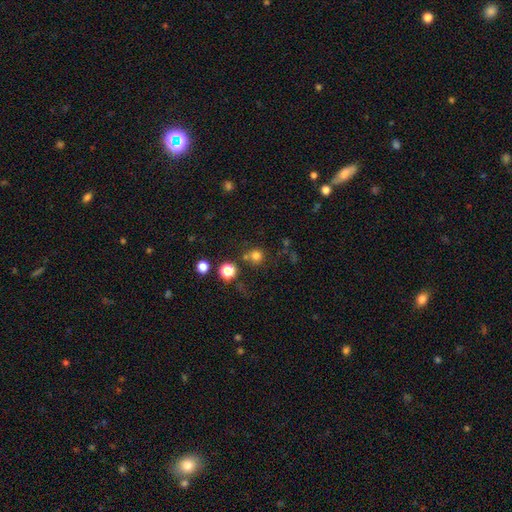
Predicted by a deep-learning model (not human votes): This is likely a smooth galaxy (74%). How rounded: clearly round (92%). Merging: likely none (72%).